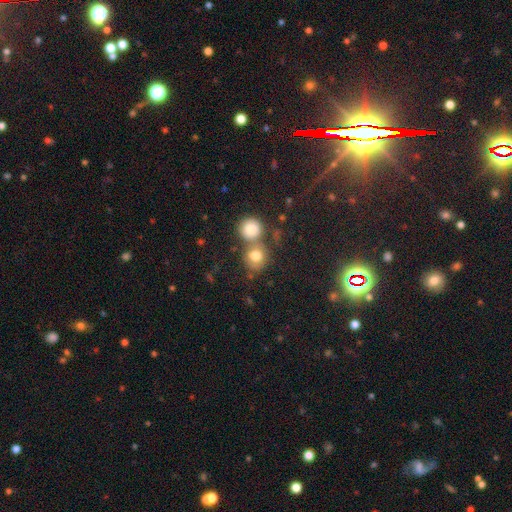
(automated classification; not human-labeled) Q: Smooth or featured?
A: smooth (78%); runner-up: featured or disk (11%)
Q: How rounded?
A: round (78%); runner-up: in between (21%)
Q: Merging?
A: none (44%); runner-up: merger (42%)